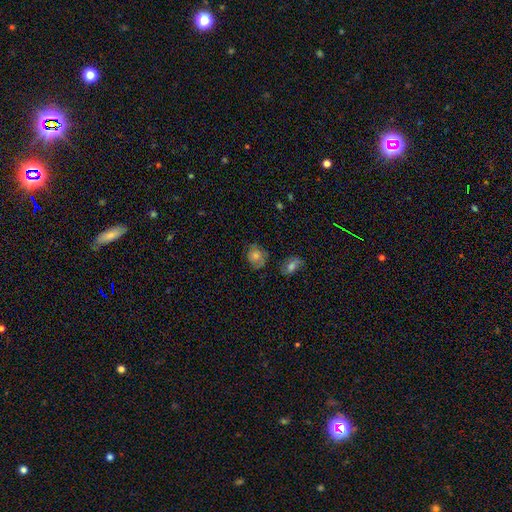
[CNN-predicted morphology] This is possibly a smooth galaxy (50%). Merging: likely none (69%).